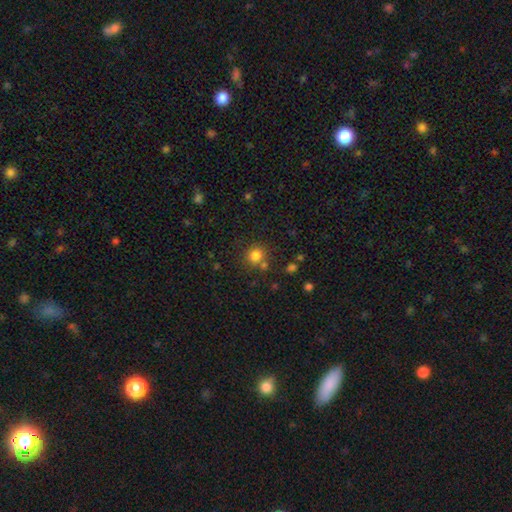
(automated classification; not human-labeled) Smooth or featured? Predicted: smooth (p=0.81). How rounded? Predicted: round (p=0.88). Merging? Predicted: none (p=0.73).